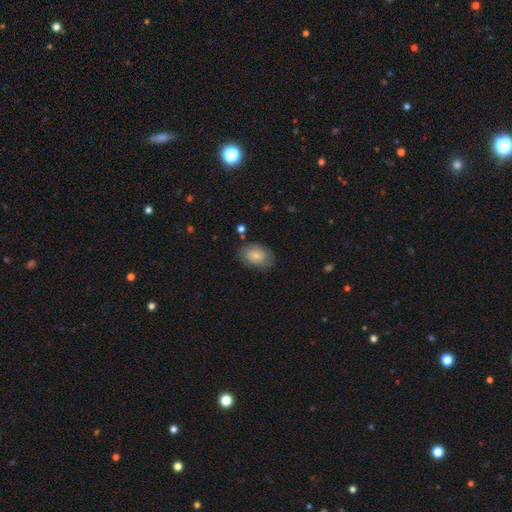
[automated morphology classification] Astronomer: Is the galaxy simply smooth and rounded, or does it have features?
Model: smooth — 80%.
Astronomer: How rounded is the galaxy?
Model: in between — 84%.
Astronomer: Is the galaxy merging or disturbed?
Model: none — 75%.